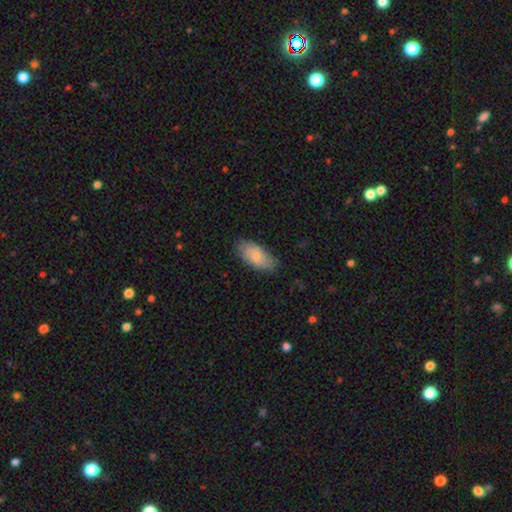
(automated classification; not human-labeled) smooth-or-featured: smooth: 72% | featured or disk: 22% | star or artifact: 6%
  how-rounded: in between: 92% | cigar-shaped: 6% | round: 2%
  merging: none: 74% | minor disturbance: 21% | major disturbance: 4% | merger: 1%